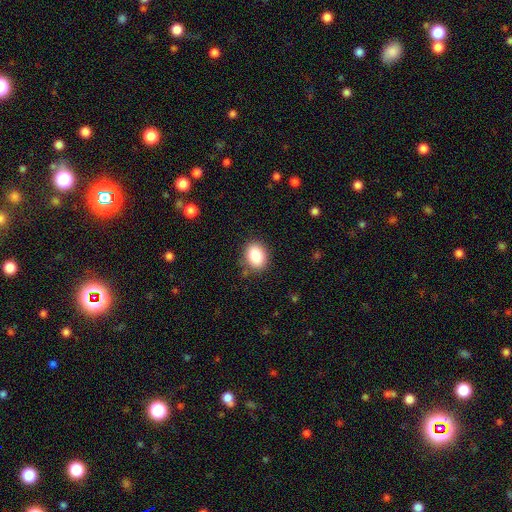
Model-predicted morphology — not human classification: A smooth galaxy with no disk features (86%) that is in between round and cigar-shaped (63%). Merging: none (86%).